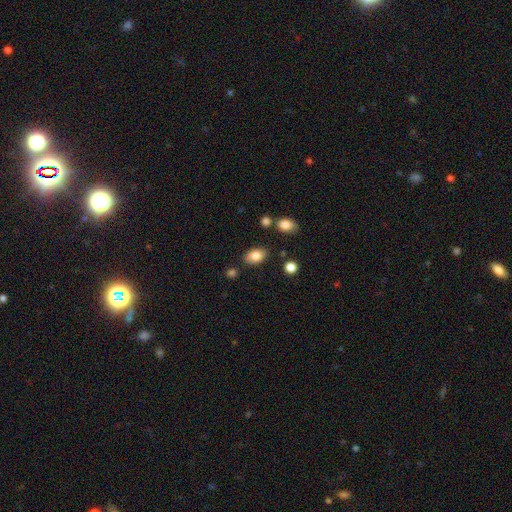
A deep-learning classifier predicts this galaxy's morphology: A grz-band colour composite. It shows a smooth galaxy with no disk features (83%) that is in between round and cigar-shaped (87%). Merging: none (81%).